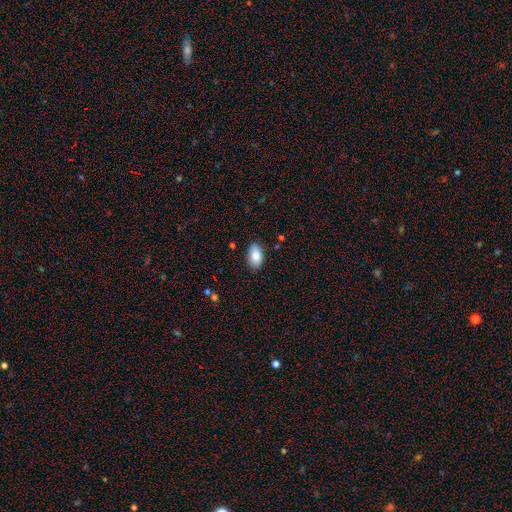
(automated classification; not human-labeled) Smooth or featured: smooth — 84% (featured or disk — 9%)
How rounded: in between — 94% (round — 5%)
Merging: none — 85% (minor disturbance — 11%)